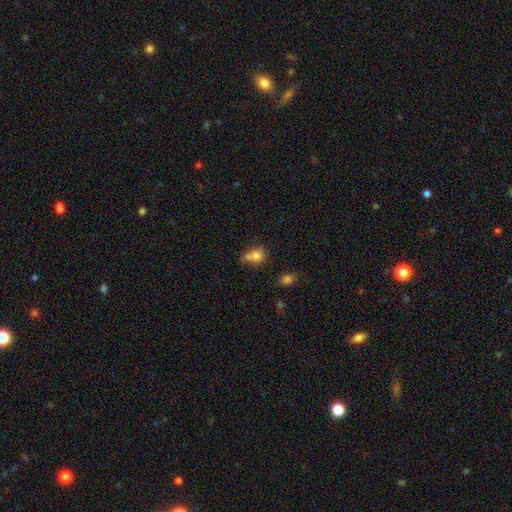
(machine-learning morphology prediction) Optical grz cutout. It shows a smooth galaxy with no disk features (74%) that is round (58%). Merging: merger (37%).